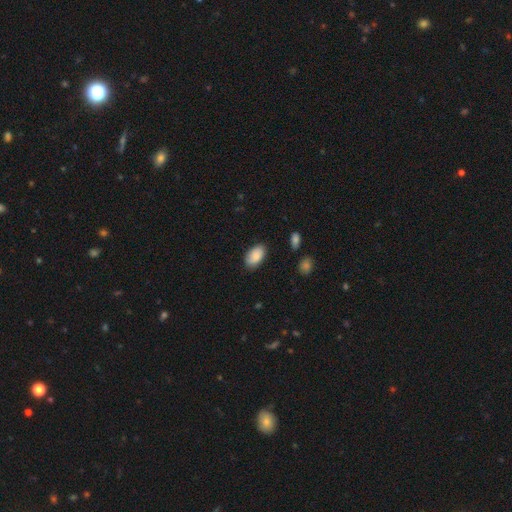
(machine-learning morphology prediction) smooth_or_featured: smooth (p=0.84) [alt: featured or disk p=0.09]
how_rounded: in between (p=0.94) [alt: round p=0.05]
merging: none (p=0.82) [alt: minor disturbance p=0.14]